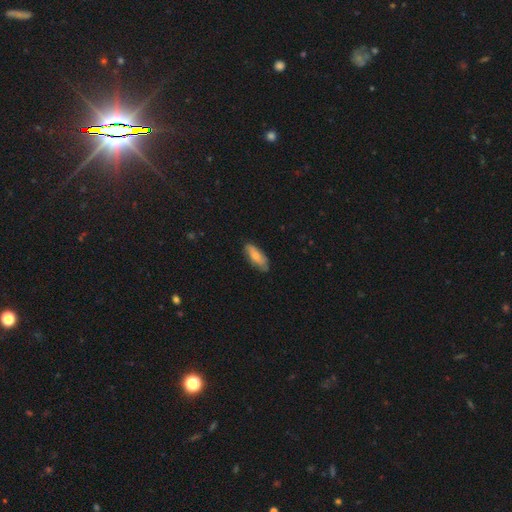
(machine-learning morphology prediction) Smooth or featured? smooth (73%)
How rounded? in between (68%)
Merging? none (75%)